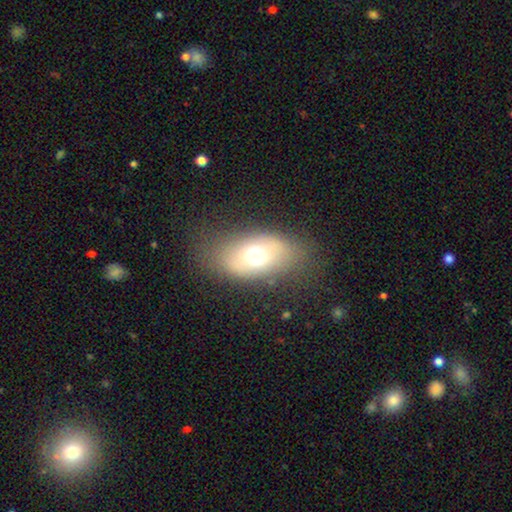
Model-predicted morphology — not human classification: Overall: smooth (63%; featured or disk 24%). How rounded: in between (83%). Merging: none (76%).